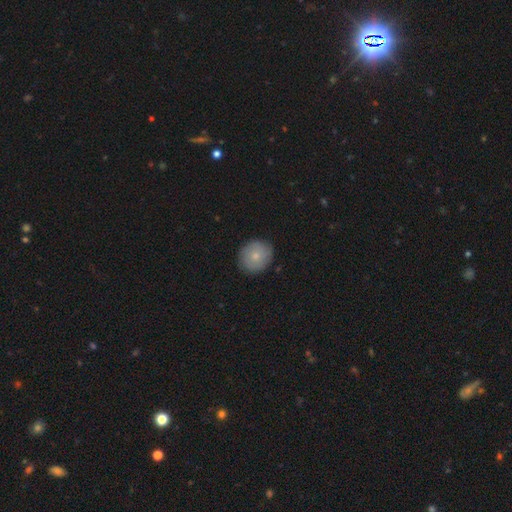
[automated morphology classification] Smooth or featured? smooth (73%)
How rounded? round (86%)
Merging? none (86%)